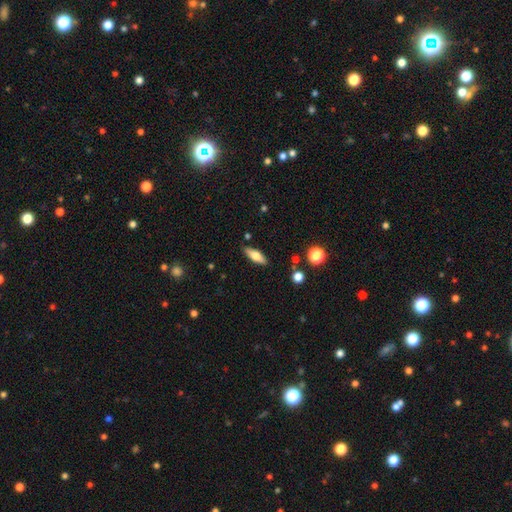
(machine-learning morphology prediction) A smooth galaxy with no disk features (58%) that is in between round and cigar-shaped (56%).

Vote fractions:
- Smooth or featured? smooth: 58% / featured or disk: 35% / star or artifact: 7%
- How rounded? in between: 56% / cigar-shaped: 41% / round: 3%
- Merging? none: 86% / minor disturbance: 10% / merger: 2% / major disturbance: 2%